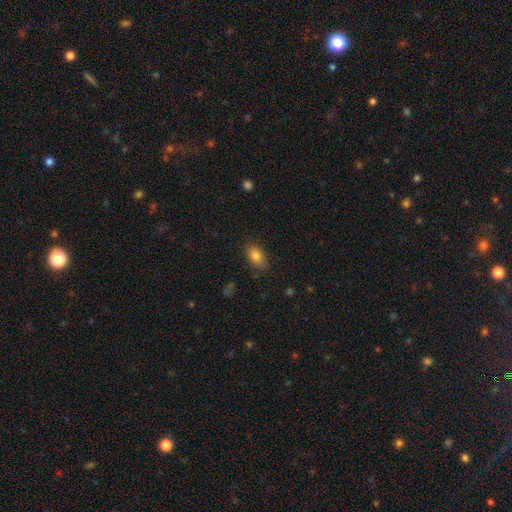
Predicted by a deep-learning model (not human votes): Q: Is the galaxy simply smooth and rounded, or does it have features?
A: smooth — 82%.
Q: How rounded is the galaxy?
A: in between — 86%.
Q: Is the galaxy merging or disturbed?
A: none — 79%.